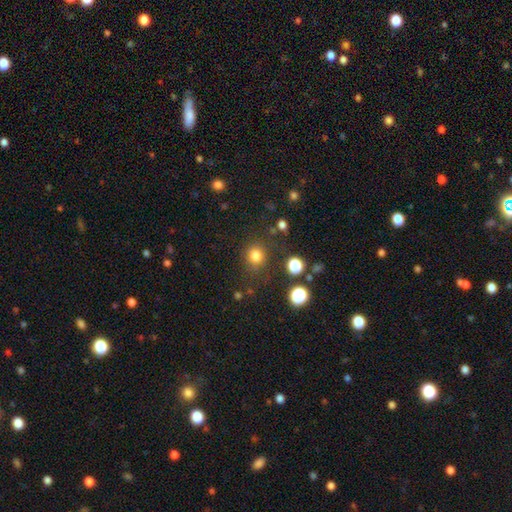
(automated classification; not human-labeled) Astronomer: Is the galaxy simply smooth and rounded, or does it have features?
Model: smooth — 79%.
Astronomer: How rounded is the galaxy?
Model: round — 87%.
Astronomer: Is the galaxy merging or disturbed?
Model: none — 80%.